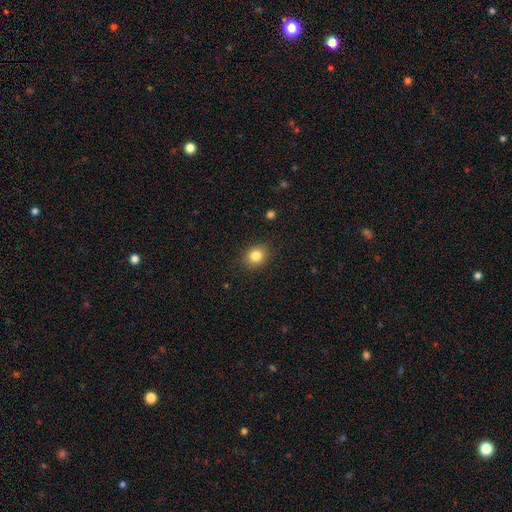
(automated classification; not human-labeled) This appears to be a smooth galaxy with no disk features (83%) that is round (67%). Merging: none (89%).